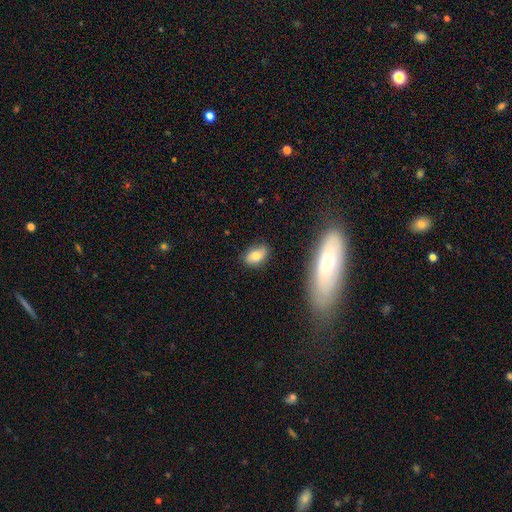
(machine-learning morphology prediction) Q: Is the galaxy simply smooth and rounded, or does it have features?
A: smooth — 78%.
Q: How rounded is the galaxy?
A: in between — 88%.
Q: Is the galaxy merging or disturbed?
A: none — 78%.